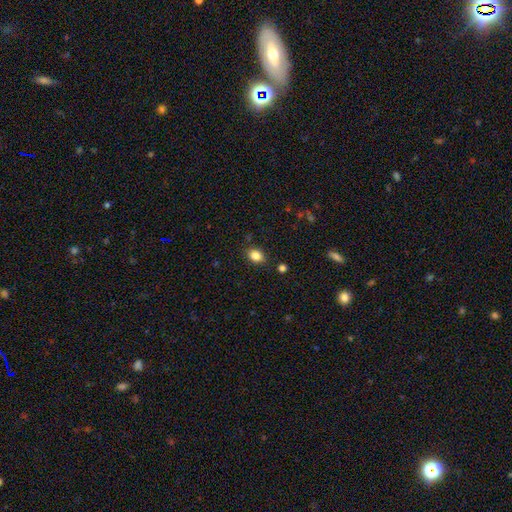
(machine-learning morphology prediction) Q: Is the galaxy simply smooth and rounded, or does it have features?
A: smooth — 84%.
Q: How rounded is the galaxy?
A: in between — 68%.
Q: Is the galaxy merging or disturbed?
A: none — 85%.